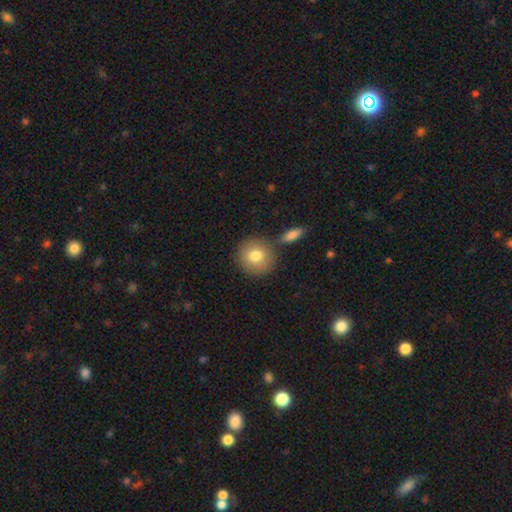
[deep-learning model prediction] Smooth or featured? Predicted: smooth (p=0.80). How rounded? Predicted: round (p=0.90). Merging? Predicted: none (p=0.75).